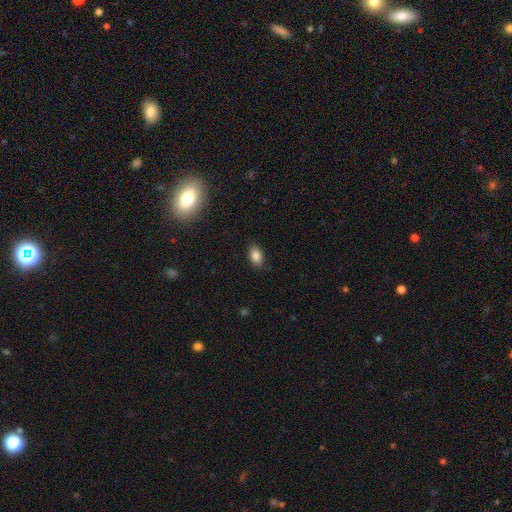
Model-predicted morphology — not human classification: smooth 85%, star or artifact 10%, featured or disk 5%. Down the decision tree: how rounded — in between (85%); merging — none (82%).